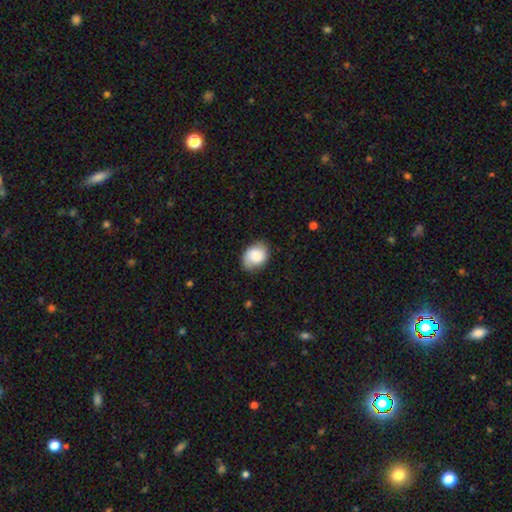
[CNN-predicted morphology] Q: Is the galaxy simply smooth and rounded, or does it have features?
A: smooth — 74%.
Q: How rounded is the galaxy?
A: in between — 67%.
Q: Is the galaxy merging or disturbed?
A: none — 70%.